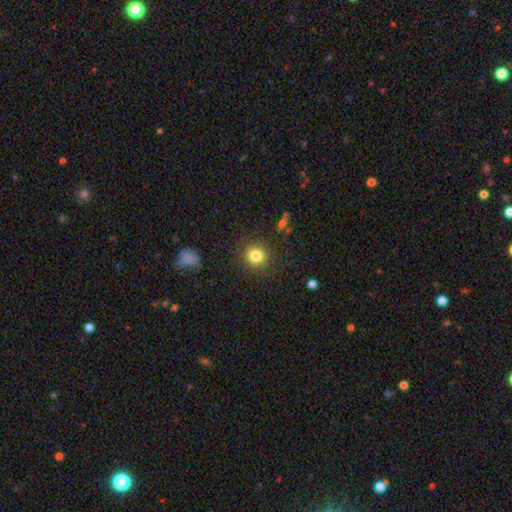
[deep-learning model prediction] This appears to be a smooth galaxy with no disk features (83%) that is round (88%). Merging: none (88%).